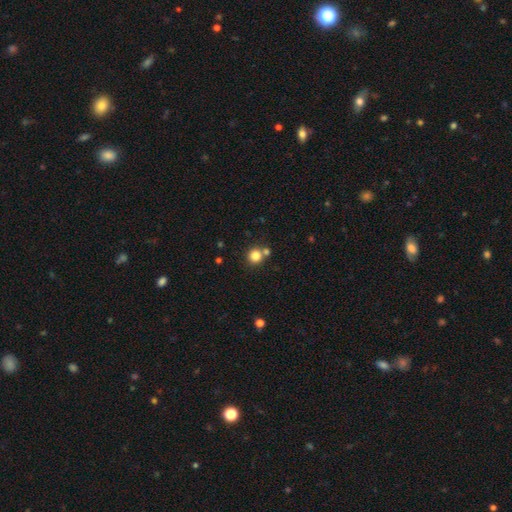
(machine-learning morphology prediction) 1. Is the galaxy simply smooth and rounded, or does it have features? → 82% smooth, 12% star or artifact, 6% featured or disk.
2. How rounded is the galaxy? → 92% round, 7% in between, 1% cigar-shaped.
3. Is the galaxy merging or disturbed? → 67% none, 22% merger, 8% minor disturbance, 3% major disturbance.